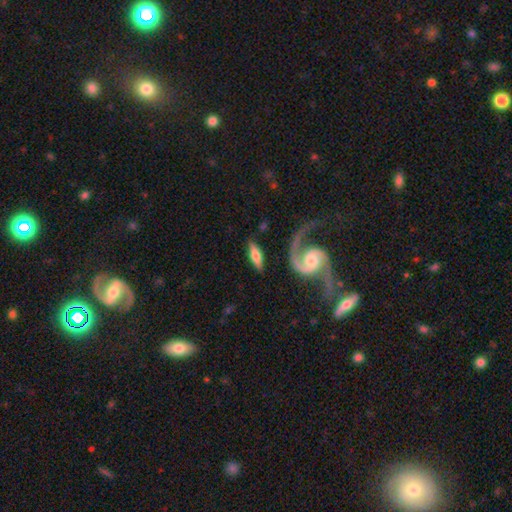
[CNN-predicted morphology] A featured or disk galaxy (53%) with not edge-on (50%, tied with yes). Merging: none (76%).